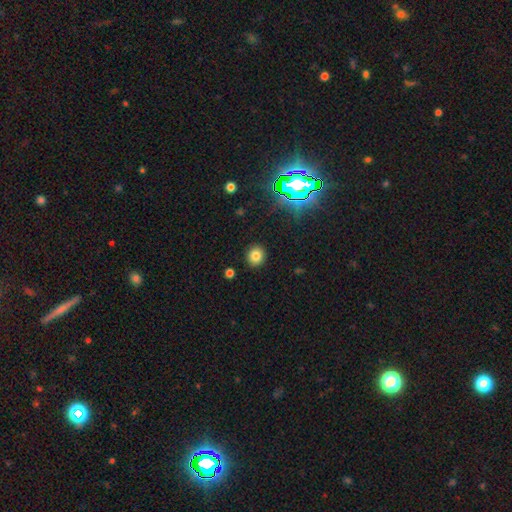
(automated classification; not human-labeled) Smooth or featured?
  - smooth: 78% *
  - star or artifact: 15%
  - featured or disk: 7%
How rounded?
  - round: 86% *
  - in between: 13%
  - cigar-shaped: 1%
Merging?
  - none: 90% *
  - minor disturbance: 6%
  - major disturbance: 2%
  - merger: 2%